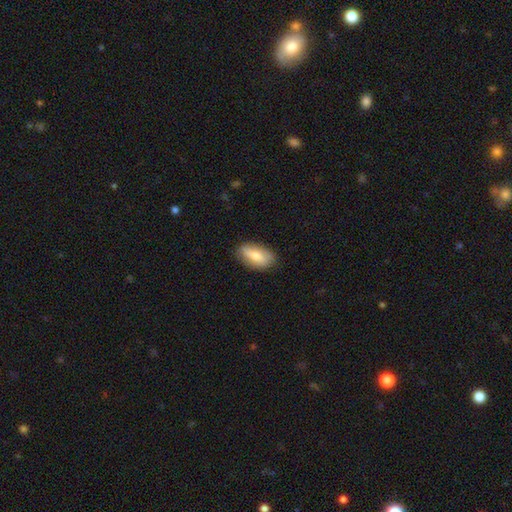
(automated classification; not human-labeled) A smooth galaxy with no disk features (65%) that is in between round and cigar-shaped (87%).

Vote fractions:
- Smooth or featured? smooth: 65% / featured or disk: 29% / star or artifact: 6%
- How rounded? in between: 87% / cigar-shaped: 9% / round: 4%
- Merging? none: 82% / minor disturbance: 14% / major disturbance: 3% / merger: 1%